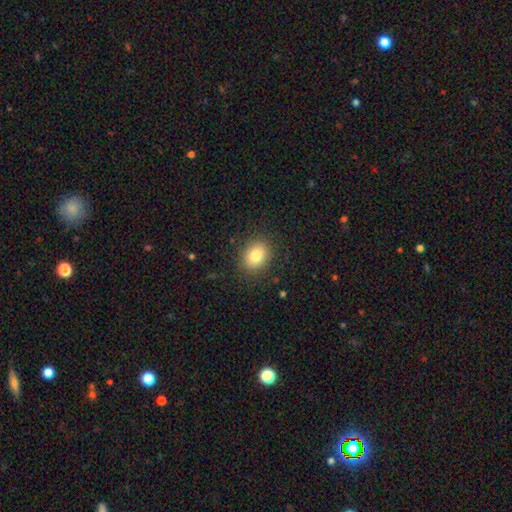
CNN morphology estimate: Q: Smooth or featured?
A: smooth (81%); runner-up: star or artifact (10%)
Q: How rounded?
A: in between (51%); runner-up: round (48%)
Q: Merging?
A: none (87%); runner-up: minor disturbance (9%)